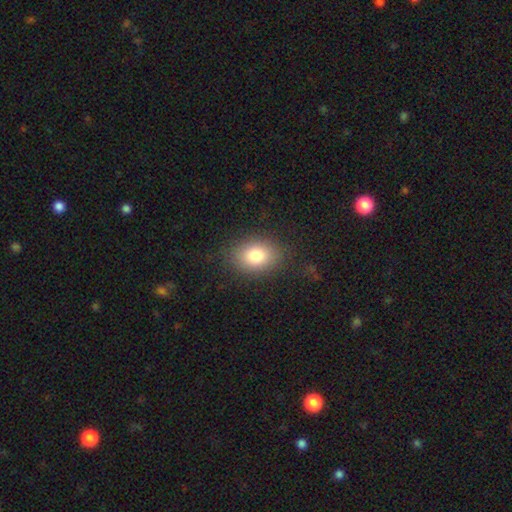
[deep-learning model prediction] Morphology: type=smooth (80%); roundness=in between (68%); merging=none (84%).